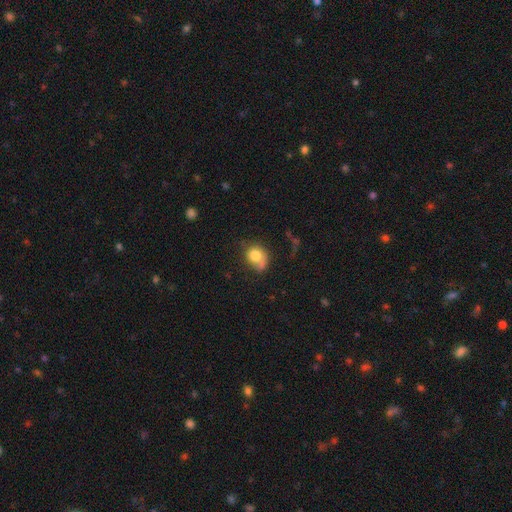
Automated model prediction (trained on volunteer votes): The model was most divided on "merging": none: 46%, minor disturbance: 25%, major disturbance: 16%, merger: 14%. More confident: smooth or featured — smooth (76%); how rounded — round (66%).